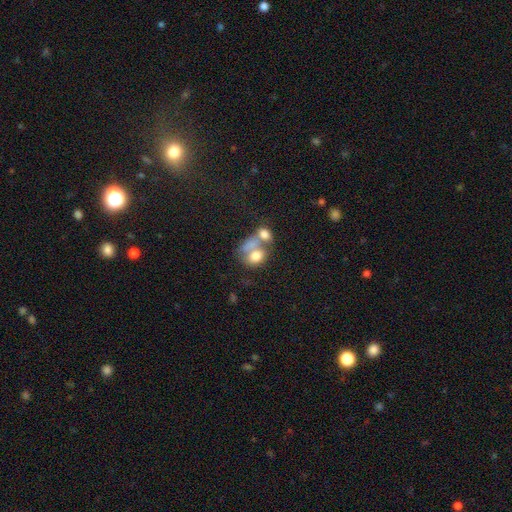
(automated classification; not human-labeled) Overall: smooth (67%). How rounded: in between (67%; round 32%). Merging: merger (61%).